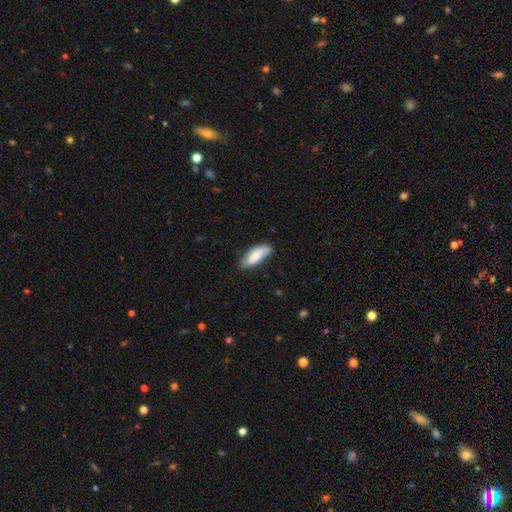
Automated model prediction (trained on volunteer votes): A smooth galaxy with no disk features (73%) that is in between round and cigar-shaped (72%).

Vote fractions:
- Smooth or featured? smooth: 73% / featured or disk: 21% / star or artifact: 6%
- How rounded? in between: 72% / cigar-shaped: 26% / round: 2%
- Merging? none: 67% / minor disturbance: 25% / major disturbance: 5% / merger: 3%